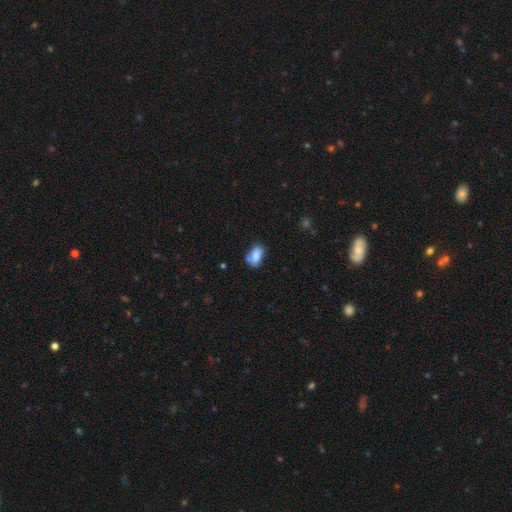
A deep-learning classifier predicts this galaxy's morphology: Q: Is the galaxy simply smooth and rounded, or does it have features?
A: smooth — 77%.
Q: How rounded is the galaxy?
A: in between — 87%.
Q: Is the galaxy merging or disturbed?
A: none — 47%.